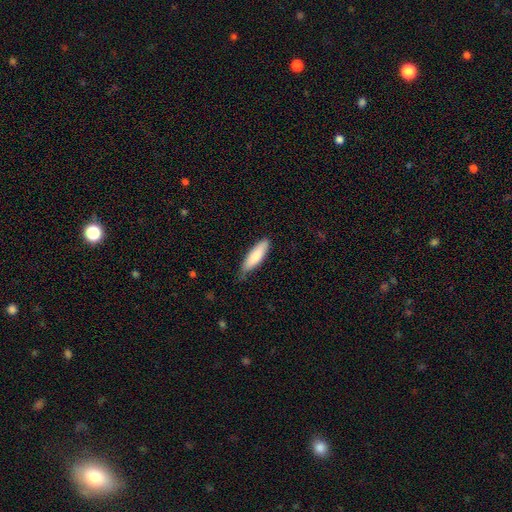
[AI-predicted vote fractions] This is clearly a smooth galaxy (81%). How rounded: likely cigar-shaped (63%). Merging: likely none (74%).